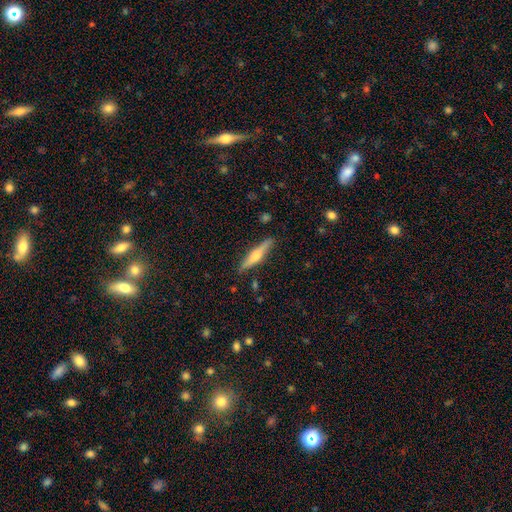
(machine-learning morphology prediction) featured or disk 55%, smooth 39%, star or artifact 6%. Down the decision tree: edge-on disk — yes (96%); edge-on bulge — rounded (85%); merging — none (86%).